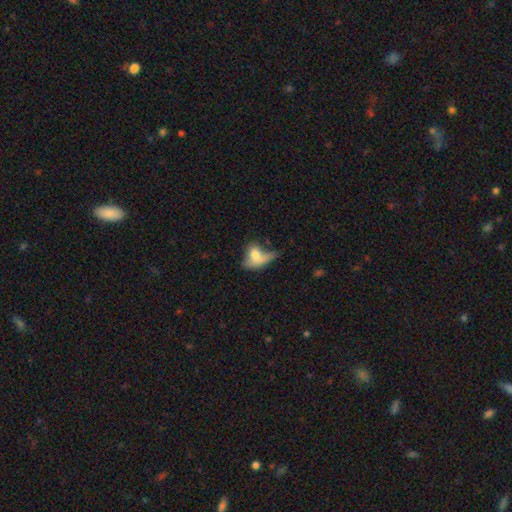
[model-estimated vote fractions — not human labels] A smooth galaxy with no disk features (65%) that is in between round and cigar-shaped (71%).

Vote fractions:
- Smooth or featured? smooth: 65% / featured or disk: 25% / star or artifact: 10%
- How rounded? in between: 71% / round: 24% / cigar-shaped: 5%
- Merging? major disturbance: 37% / none: 22% / minor disturbance: 21% / merger: 20%